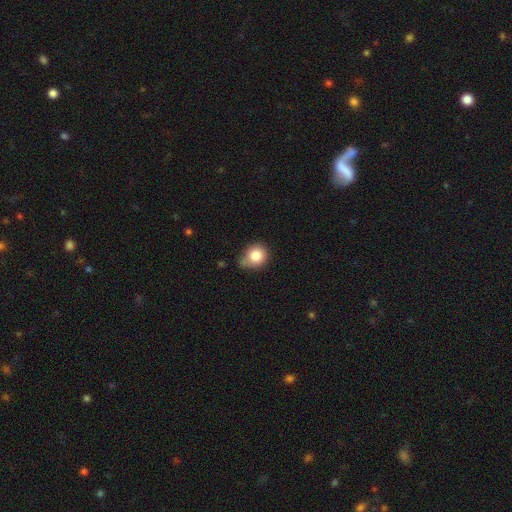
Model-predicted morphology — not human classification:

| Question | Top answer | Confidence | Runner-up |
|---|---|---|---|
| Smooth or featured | smooth | 83% | star or artifact (9%) |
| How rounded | round | 78% | in between (21%) |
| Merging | none | 49% | minor disturbance (35%) |